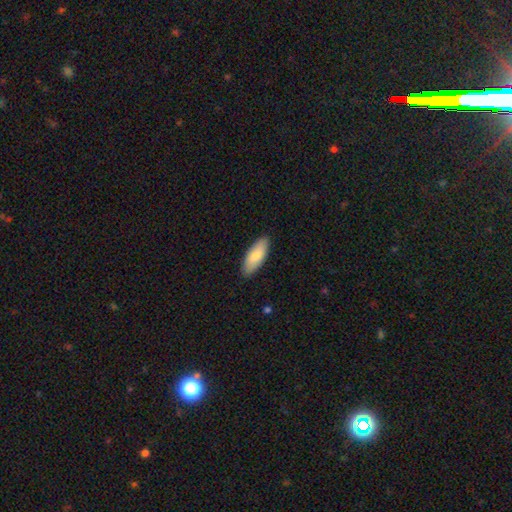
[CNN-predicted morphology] Overall: smooth (82%). How rounded: in between (76%). Merging: none (87%).